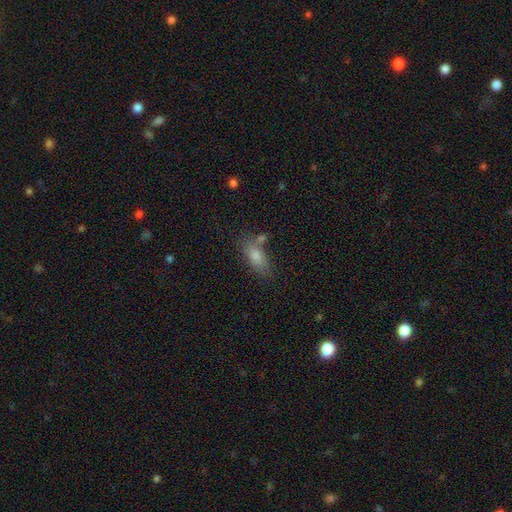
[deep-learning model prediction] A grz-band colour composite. It shows a smooth galaxy with no disk features (76%) that is in between round and cigar-shaped (77%). Merging: none (70%).